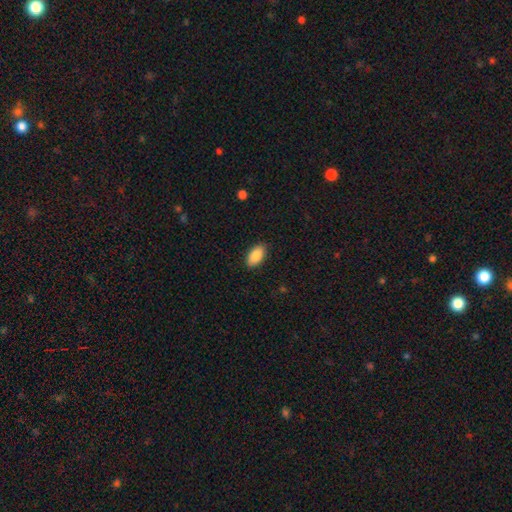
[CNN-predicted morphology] smooth 88%, star or artifact 7%, featured or disk 5%. Down the decision tree: how rounded — in between (93%); merging — none (88%).